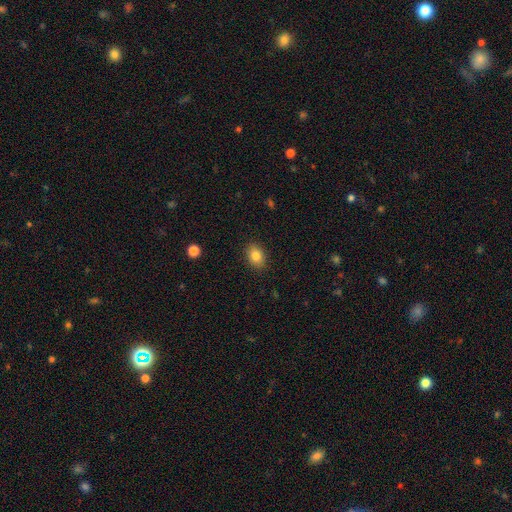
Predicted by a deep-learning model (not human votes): smooth 83%, star or artifact 9%, featured or disk 8%. Down the decision tree: how rounded — in between (74%); merging — none (89%).